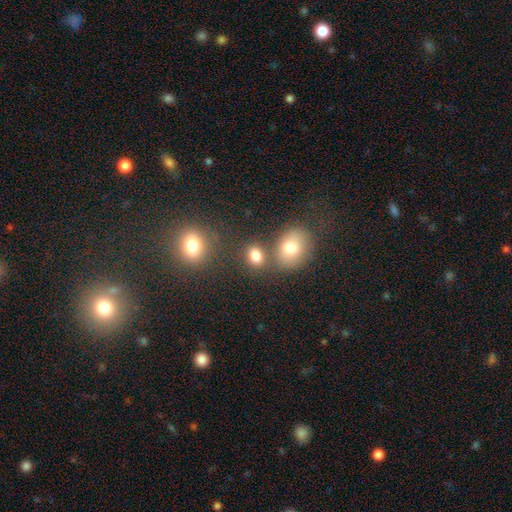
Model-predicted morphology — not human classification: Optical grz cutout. It shows a smooth galaxy with no disk features (80%) that is in between round and cigar-shaped (52%). Merging: none (65%).